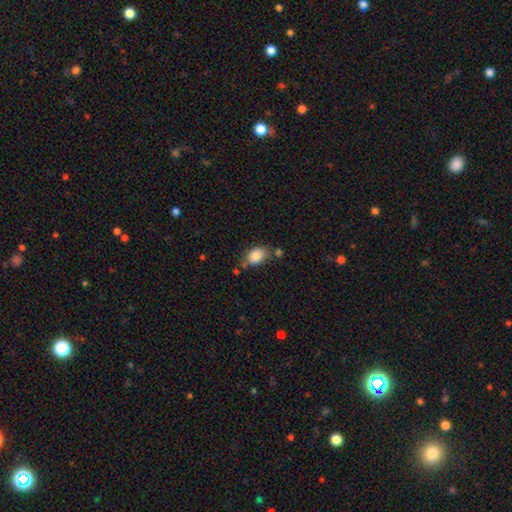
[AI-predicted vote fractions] smooth_or_featured: smooth (p=0.87) [alt: star or artifact p=0.08]
how_rounded: in between (p=0.77) [alt: round p=0.22]
merging: none (p=0.61) [alt: minor disturbance p=0.21]